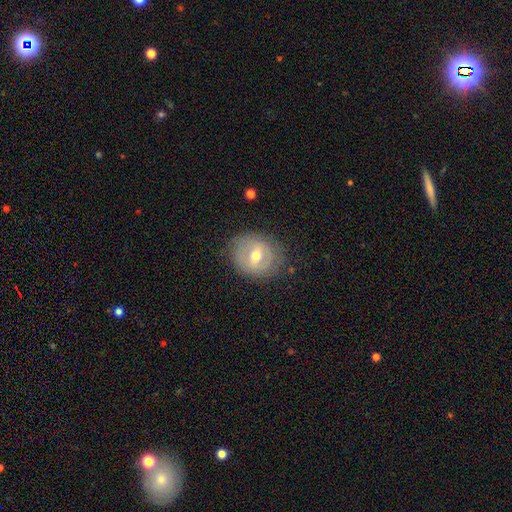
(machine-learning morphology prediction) smooth-or-featured: featured or disk: 57% | smooth: 35% | star or artifact: 8%
  disk-edge-on: no: 94% | yes: 6%
    bar: weak: 47% | strong: 33% | no: 20%
    has-spiral-arms: no: 67% | yes: 33%
    bulge-size: moderate: 72% | small: 21% | large: 5% | none: 1% | dominant: 1%
  merging: none: 78% | minor disturbance: 15% | major disturbance: 5% | merger: 1%